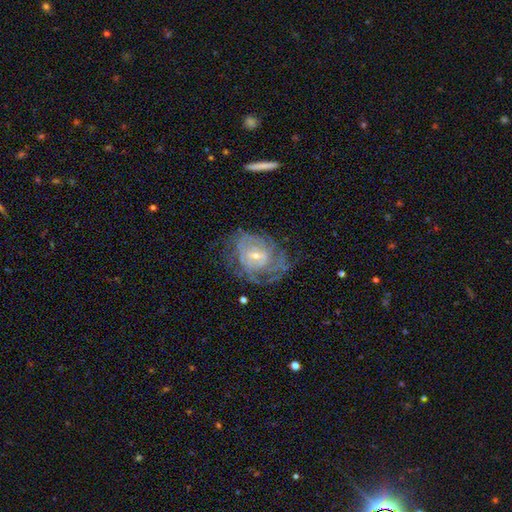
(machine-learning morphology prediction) Q: Smooth or featured?
A: featured or disk (78%); runner-up: smooth (14%)
Q: Edge-on disk?
A: no (97%); runner-up: yes (3%)
Q: Bar?
A: weak (47%); runner-up: no (42%)
Q: Spiral arms?
A: yes (81%); runner-up: no (19%)
Q: Spiral winding?
A: tight (61%); runner-up: medium (28%)
Q: Spiral arm count?
A: can't tell (55%); runner-up: 2 (17%)
Q: Bulge size?
A: small (66%); runner-up: moderate (29%)
Q: Merging?
A: none (53%); runner-up: minor disturbance (22%)